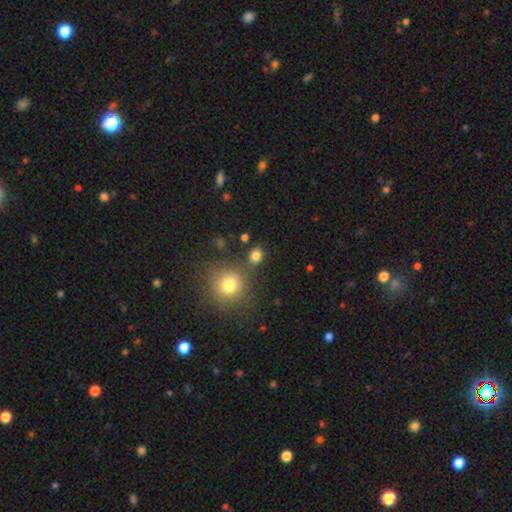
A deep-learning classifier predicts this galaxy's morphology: smooth-or-featured: smooth: 80% | star or artifact: 15% | featured or disk: 5%
  how-rounded: round: 71% | in between: 27% | cigar-shaped: 1%
  merging: none: 78% | merger: 9% | minor disturbance: 9% | major disturbance: 4%